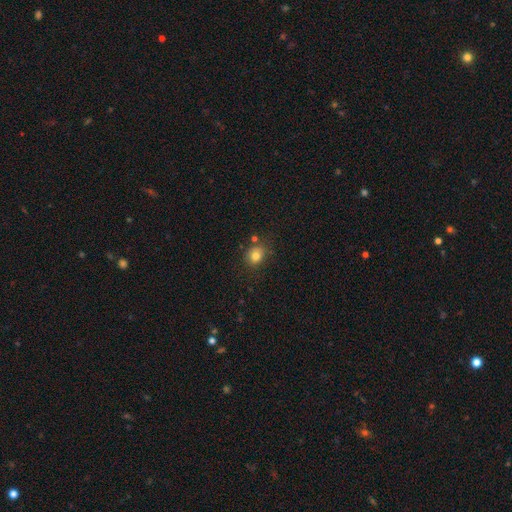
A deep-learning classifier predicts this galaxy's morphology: A smooth galaxy with no disk features (80%) that is round (66%).

Vote fractions:
- Smooth or featured? smooth: 80% / star or artifact: 12% / featured or disk: 8%
- How rounded? round: 66% / in between: 33% / cigar-shaped: 1%
- Merging? none: 74% / minor disturbance: 15% / merger: 7% / major disturbance: 4%